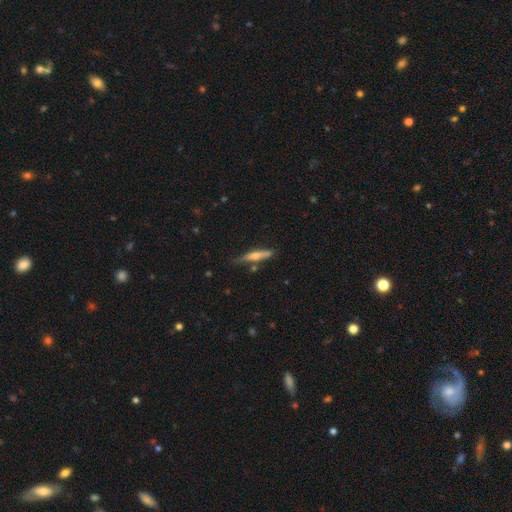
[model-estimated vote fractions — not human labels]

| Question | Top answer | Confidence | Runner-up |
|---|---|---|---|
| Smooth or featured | featured or disk | 59% | smooth (34%) |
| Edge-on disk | yes | 94% | no (6%) |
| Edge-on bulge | rounded | 86% | none (9%) |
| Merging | none | 77% | minor disturbance (16%) |